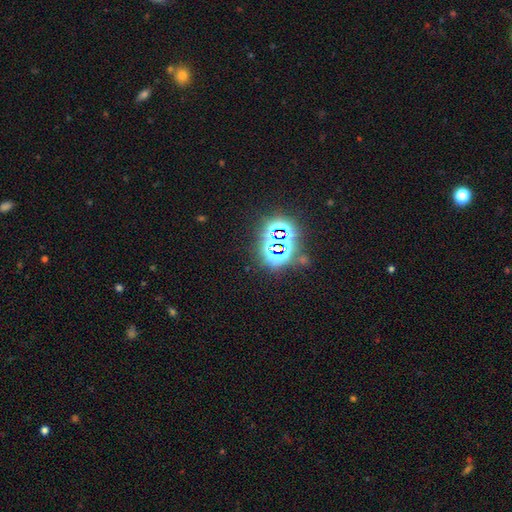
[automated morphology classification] Overall: star or artifact (79%).